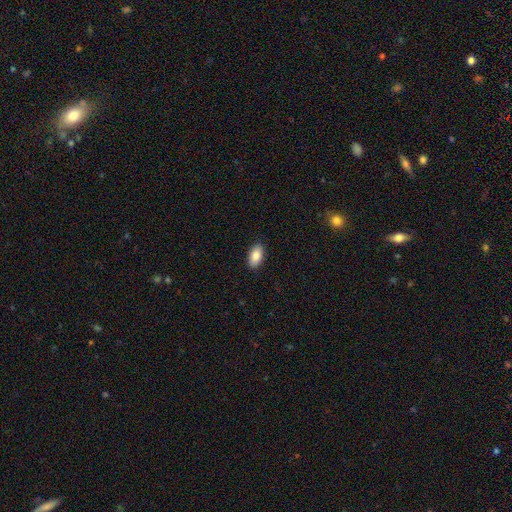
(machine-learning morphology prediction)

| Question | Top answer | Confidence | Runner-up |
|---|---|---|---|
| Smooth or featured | smooth | 87% | star or artifact (7%) |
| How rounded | in between | 94% | round (4%) |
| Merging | none | 90% | minor disturbance (8%) |